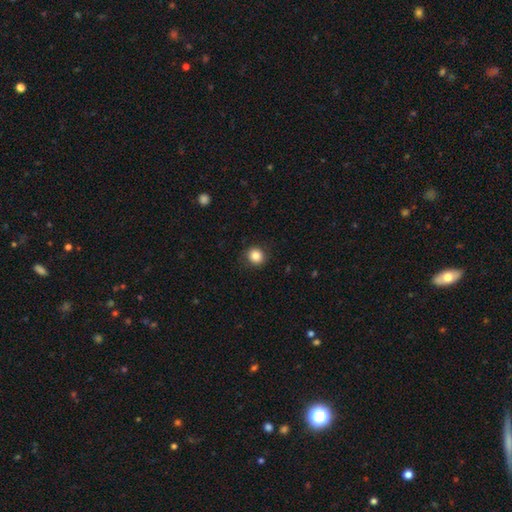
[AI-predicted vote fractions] This is clearly a smooth galaxy (84%). How rounded: clearly round (86%). Merging: clearly none (89%).